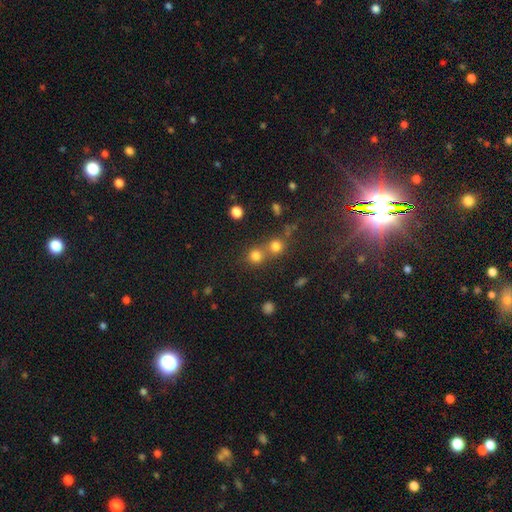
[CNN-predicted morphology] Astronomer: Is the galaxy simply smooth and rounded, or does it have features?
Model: smooth — 76%.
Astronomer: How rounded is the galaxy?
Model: round — 89%.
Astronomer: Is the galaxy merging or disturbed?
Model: none — 51% (runner-up: merger, 40%).